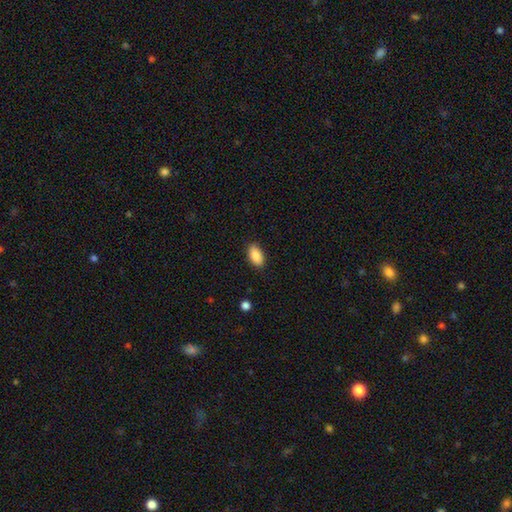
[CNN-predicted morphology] smooth_or_featured: smooth (p=0.88) [alt: star or artifact p=0.07]
how_rounded: in between (p=0.92) [alt: round p=0.04]
merging: none (p=0.85) [alt: minor disturbance p=0.11]